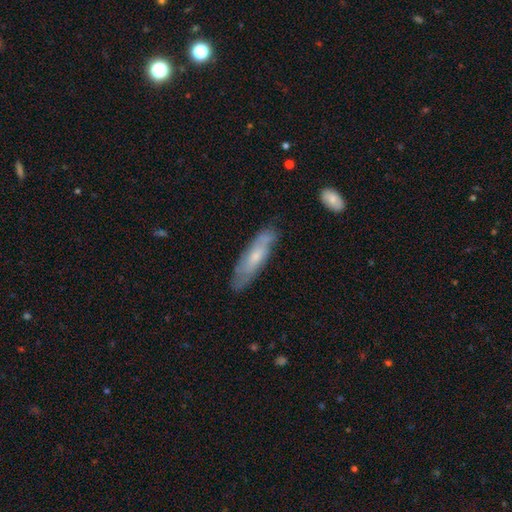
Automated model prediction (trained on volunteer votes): The model was most divided on "smooth or featured" (2-way tie): featured or disk: 47%, smooth: 47%, star or artifact: 6%. More confident: merging — none (76%).